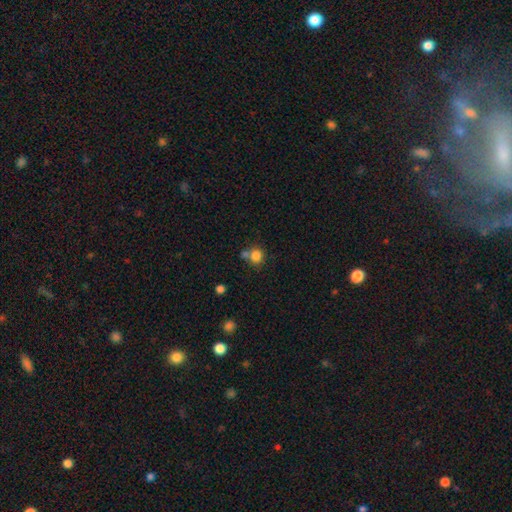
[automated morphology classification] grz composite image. It shows a smooth galaxy with no disk features (82%) that is round (84%). Merging: none (53%).